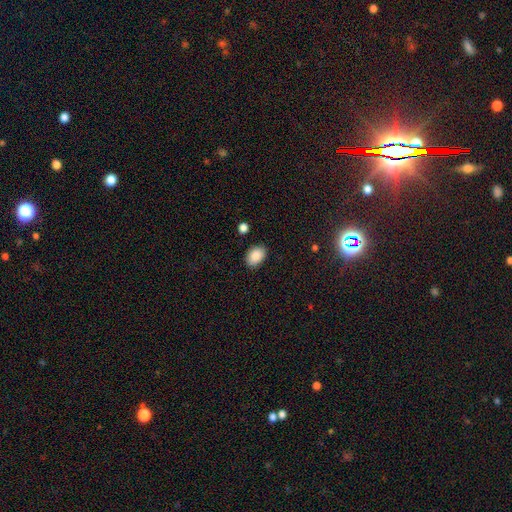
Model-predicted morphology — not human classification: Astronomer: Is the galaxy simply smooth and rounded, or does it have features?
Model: smooth — 88%.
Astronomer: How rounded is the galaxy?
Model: in between — 84%.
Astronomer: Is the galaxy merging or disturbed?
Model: none — 86%.